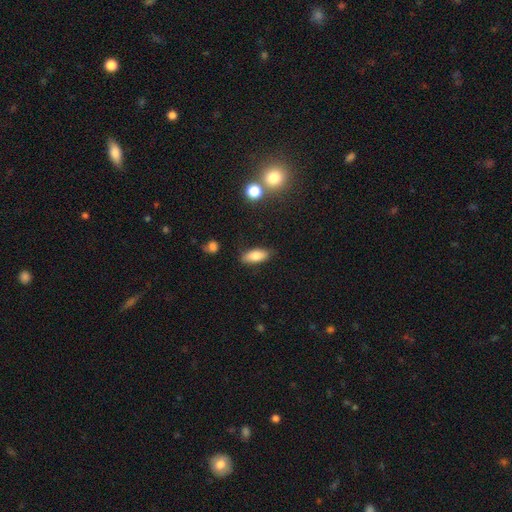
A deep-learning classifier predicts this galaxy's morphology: This appears to be a smooth galaxy with no disk features (80%) that is in between round and cigar-shaped (80%). Merging: none (82%).